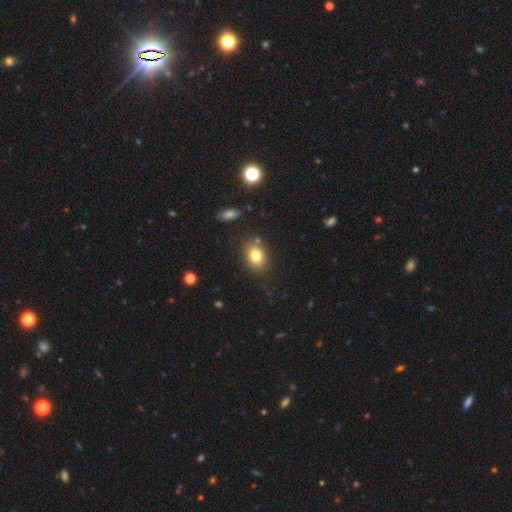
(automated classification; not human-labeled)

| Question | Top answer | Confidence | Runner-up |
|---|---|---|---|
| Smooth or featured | smooth | 79% | star or artifact (11%) |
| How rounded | in between | 64% | round (35%) |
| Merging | none | 80% | minor disturbance (12%) |